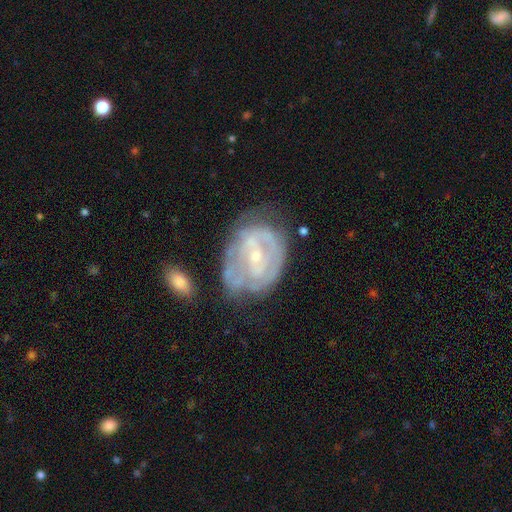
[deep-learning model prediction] smooth-or-featured: featured or disk: 76% | smooth: 17% | star or artifact: 7%
  disk-edge-on: no: 96% | yes: 4%
    bar: weak: 42% | no: 41% | strong: 17%
    has-spiral-arms: yes: 67% | no: 33%
    bulge-size: small: 69% | moderate: 26% | none: 3% | large: 1% | dominant: 1%
  merging: none: 51% | minor disturbance: 26% | major disturbance: 17% | merger: 6%